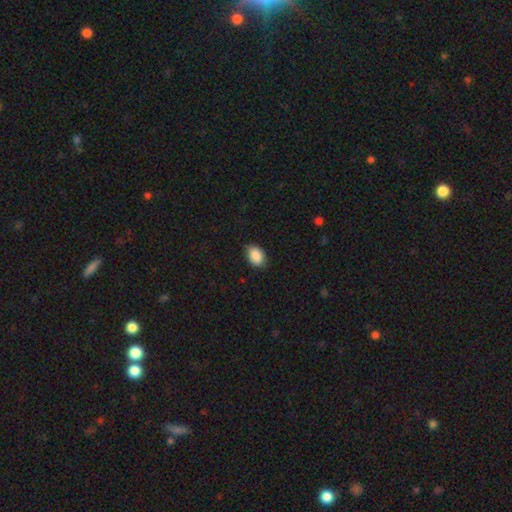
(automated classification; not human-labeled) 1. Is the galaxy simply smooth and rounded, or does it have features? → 89% smooth, 7% star or artifact, 4% featured or disk.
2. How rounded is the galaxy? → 87% in between, 12% round, 1% cigar-shaped.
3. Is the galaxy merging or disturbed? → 84% none, 13% minor disturbance, 2% major disturbance, 1% merger.